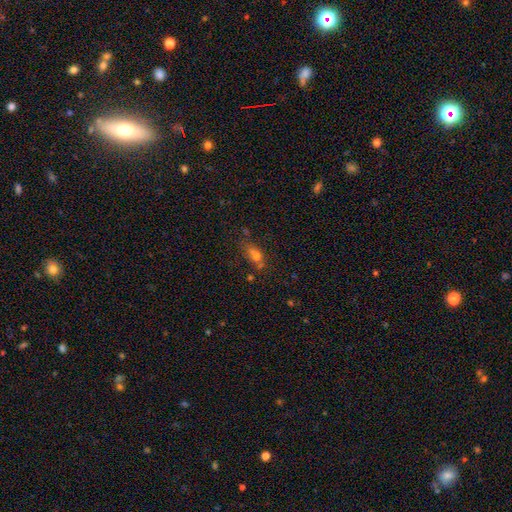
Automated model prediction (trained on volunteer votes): Smooth or featured?
  - smooth: 56% *
  - star or artifact: 26%
  - featured or disk: 18%
How rounded?
  - in between: 66% *
  - cigar-shaped: 20%
  - round: 15%
Merging?
  - none: 50% *
  - minor disturbance: 20%
  - merger: 18%
  - major disturbance: 12%